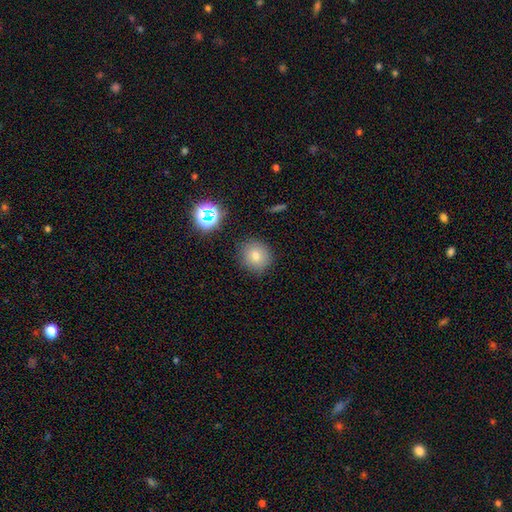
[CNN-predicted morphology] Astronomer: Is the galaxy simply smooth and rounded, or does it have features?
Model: smooth — 72%.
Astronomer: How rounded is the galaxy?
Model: round — 87%.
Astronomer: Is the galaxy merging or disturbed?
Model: none — 86%.